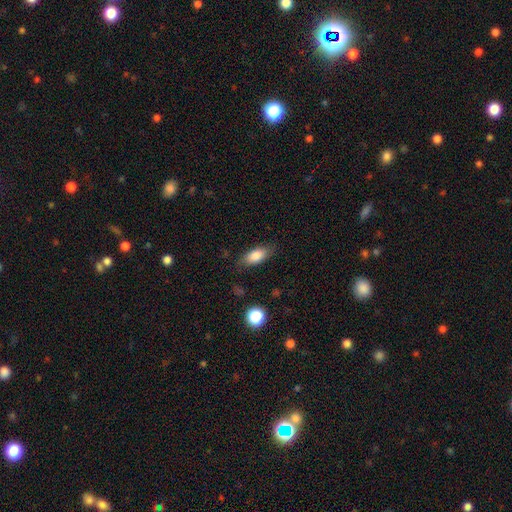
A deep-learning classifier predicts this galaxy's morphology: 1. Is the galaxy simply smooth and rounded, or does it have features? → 82% smooth, 11% featured or disk, 7% star or artifact.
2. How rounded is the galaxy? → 84% in between, 12% cigar-shaped, 4% round.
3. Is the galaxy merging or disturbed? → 79% none, 15% minor disturbance, 4% major disturbance, 1% merger.